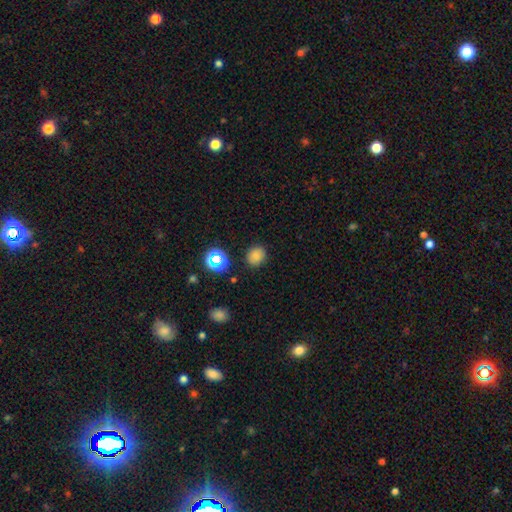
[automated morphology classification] Smooth or featured: smooth — 76% (star or artifact — 18%)
How rounded: round — 69% (in between — 30%)
Merging: none — 85% (minor disturbance — 10%)